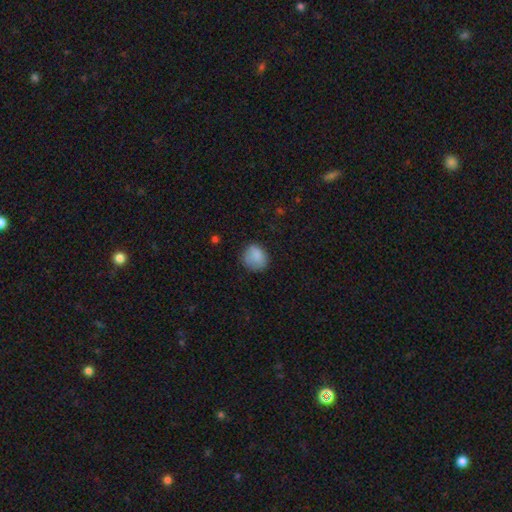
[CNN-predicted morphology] This appears to be a smooth galaxy with no disk features (84%) that is round (76%). Merging: none (71%).